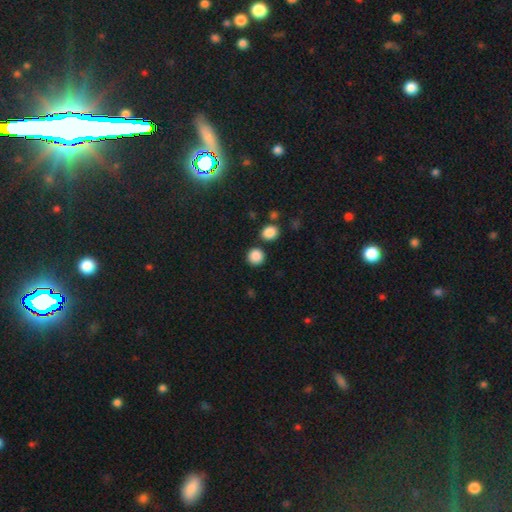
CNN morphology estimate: type=smooth (87%); roundness=round (88%); merging=none (81%).